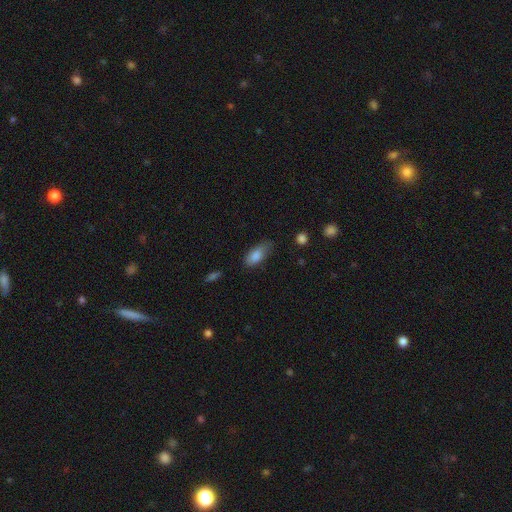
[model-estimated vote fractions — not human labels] This appears to be a smooth galaxy with no disk features (83%) that is in between round and cigar-shaped (85%). Merging: none (63%).